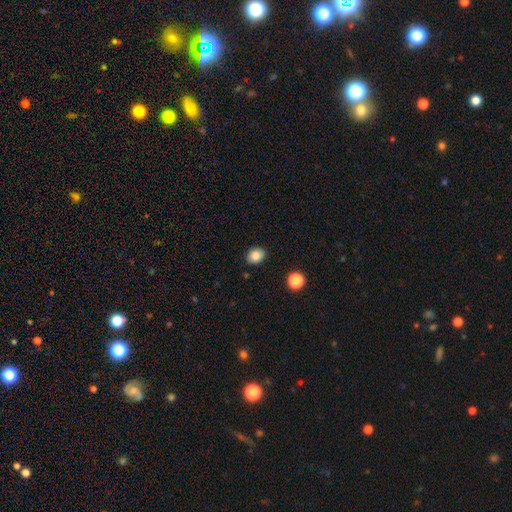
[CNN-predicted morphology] This appears to be a smooth galaxy with no disk features (86%) that is round (50%). Merging: none (88%).